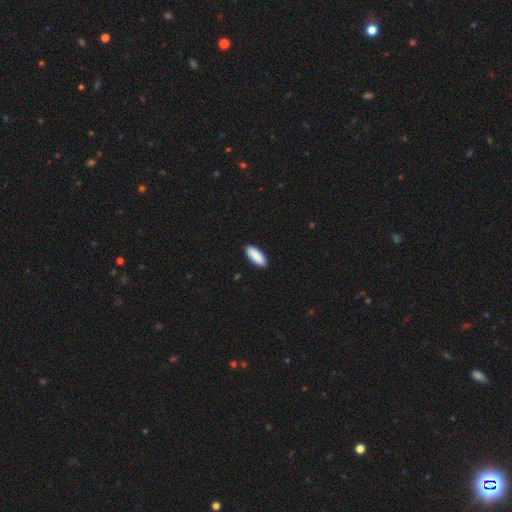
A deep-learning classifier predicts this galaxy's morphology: smooth 91%, star or artifact 5%, featured or disk 4%. Down the decision tree: how rounded — in between (78%); merging — none (91%).